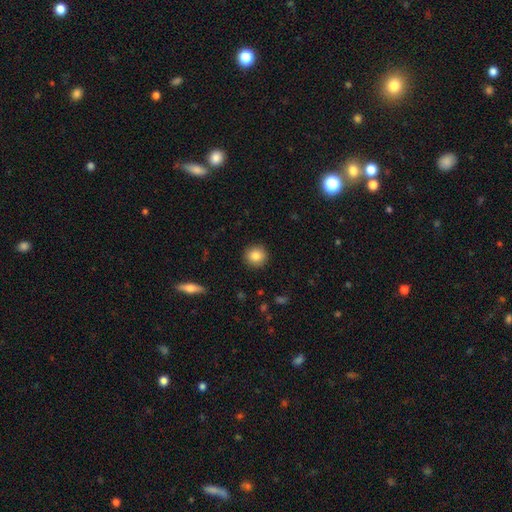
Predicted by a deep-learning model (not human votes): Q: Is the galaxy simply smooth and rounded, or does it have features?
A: smooth — 84%.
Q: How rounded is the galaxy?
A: round — 93%.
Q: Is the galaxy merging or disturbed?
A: none — 92%.